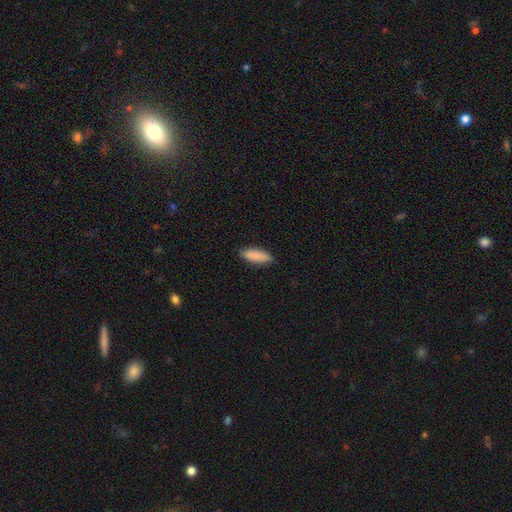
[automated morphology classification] smooth-or-featured: smooth: 88% | featured or disk: 6% | star or artifact: 6%
  how-rounded: in between: 55% | cigar-shaped: 44% | round: 2%
  merging: none: 87% | minor disturbance: 10% | major disturbance: 2% | merger: 1%